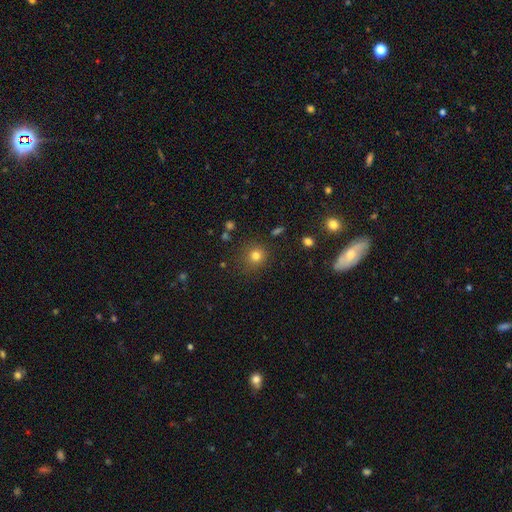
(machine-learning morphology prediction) Smooth or featured? Predicted: smooth (p=0.79). How rounded? Predicted: round (p=0.89). Merging? Predicted: none (p=0.84).